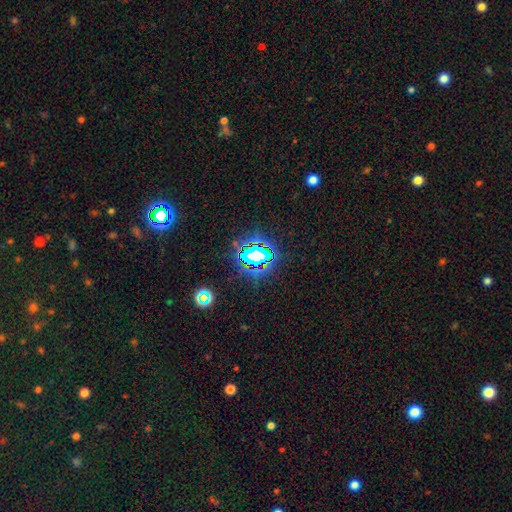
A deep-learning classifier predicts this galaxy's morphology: smooth_or_featured: star or artifact (p=0.65) [alt: smooth p=0.21]